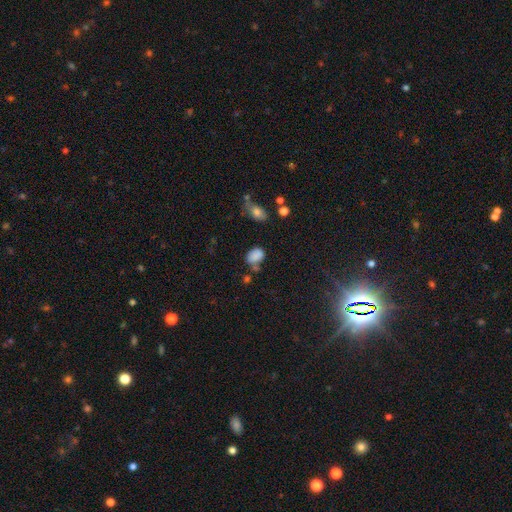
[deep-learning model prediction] Smooth or featured?
  - smooth: 82% *
  - star or artifact: 12%
  - featured or disk: 6%
How rounded?
  - in between: 74% *
  - round: 25%
  - cigar-shaped: 1%
Merging?
  - none: 52% *
  - minor disturbance: 23%
  - merger: 17%
  - major disturbance: 8%